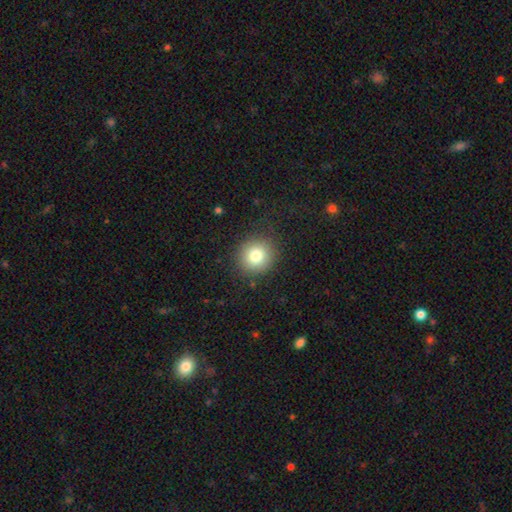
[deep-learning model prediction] A smooth galaxy with no disk features (79%) that is round (89%). Merging: none (87%).